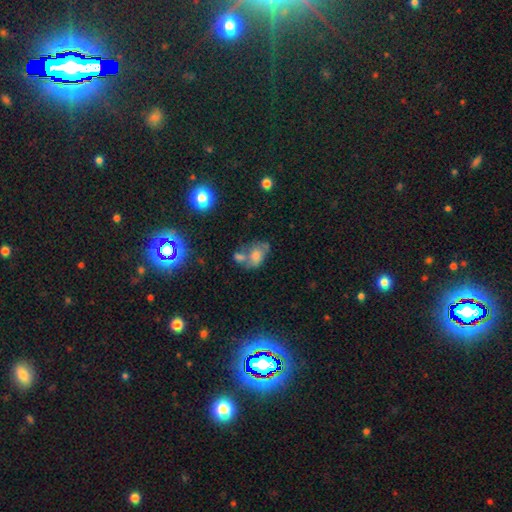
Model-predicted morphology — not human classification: A smooth galaxy with no disk features (61%) that is in between round and cigar-shaped (81%). Merging: merger (42%).